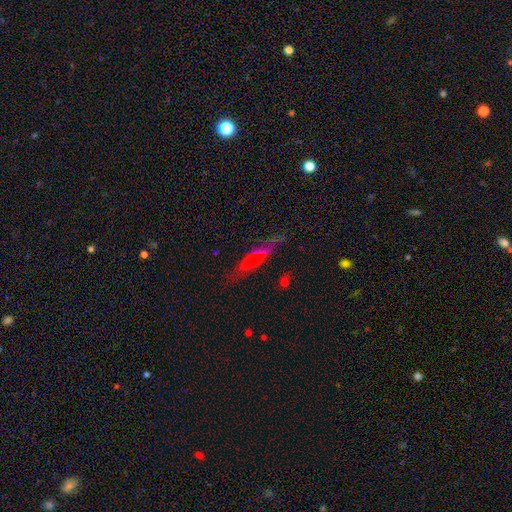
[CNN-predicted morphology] smooth_or_featured: smooth (p=0.43) [alt: featured or disk p=0.39]
merging: none (p=0.75) [alt: minor disturbance p=0.17]